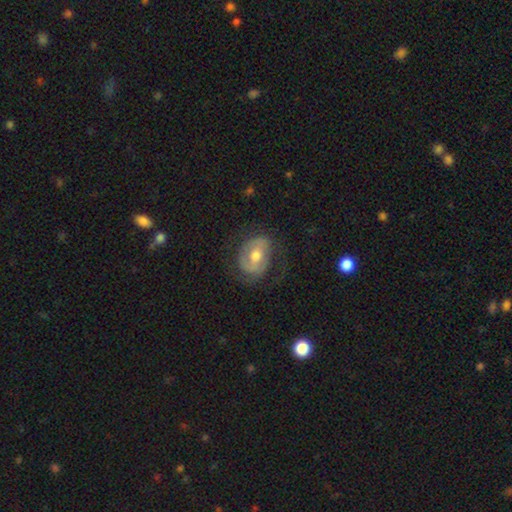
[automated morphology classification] Smooth or featured? Predicted: featured or disk (p=0.63). Edge-on disk? Predicted: no (p=0.96). Bar? Predicted: no (p=0.43). Spiral arms? Predicted: yes (p=0.66). Bulge size? Predicted: moderate (p=0.76). Merging? Predicted: none (p=0.62).